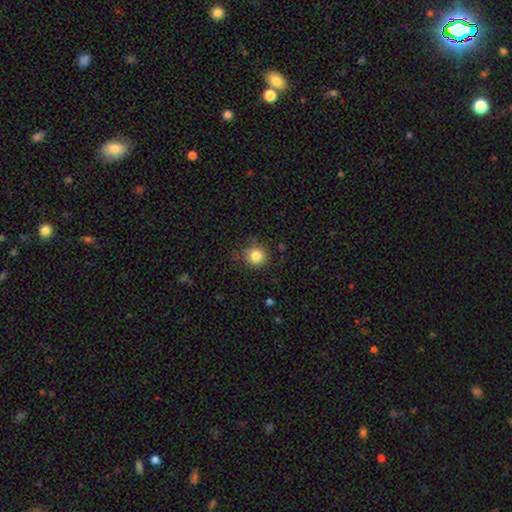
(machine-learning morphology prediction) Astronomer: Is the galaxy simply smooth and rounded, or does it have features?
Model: smooth — 83%.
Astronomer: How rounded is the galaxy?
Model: round — 91%.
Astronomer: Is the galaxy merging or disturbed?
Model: none — 81%.